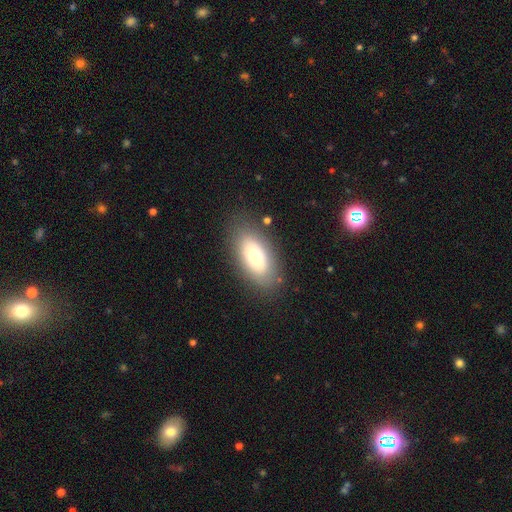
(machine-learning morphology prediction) smooth_or_featured: smooth (p=0.69) [alt: featured or disk p=0.23]
how_rounded: in between (p=0.90) [alt: round p=0.06]
merging: none (p=0.81) [alt: minor disturbance p=0.12]